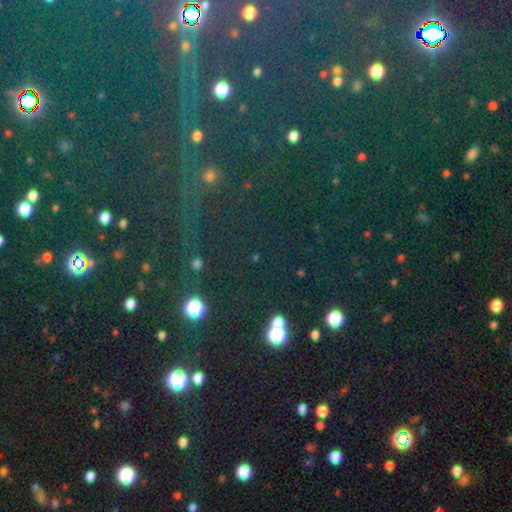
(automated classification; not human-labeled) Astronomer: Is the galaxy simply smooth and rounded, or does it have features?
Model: star or artifact — 79%.